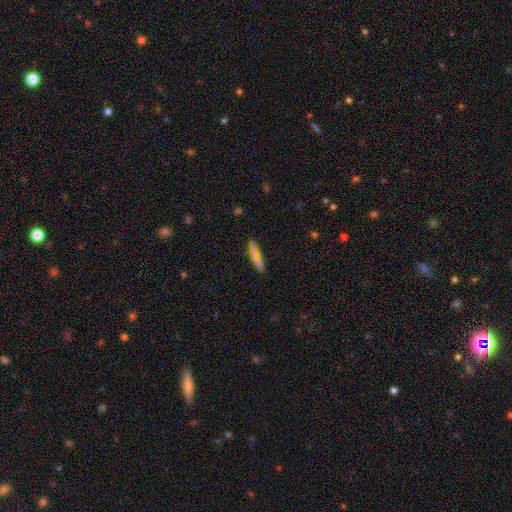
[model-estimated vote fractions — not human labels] This is likely a smooth galaxy (68%). How rounded: clearly cigar-shaped (88%). Merging: clearly none (82%).